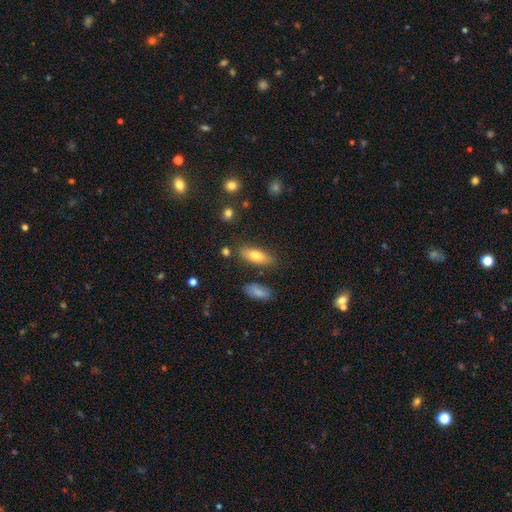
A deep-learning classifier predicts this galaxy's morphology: Smooth or featured? Predicted: smooth (p=0.76). How rounded? Predicted: in between (p=0.71). Merging? Predicted: none (p=0.79).